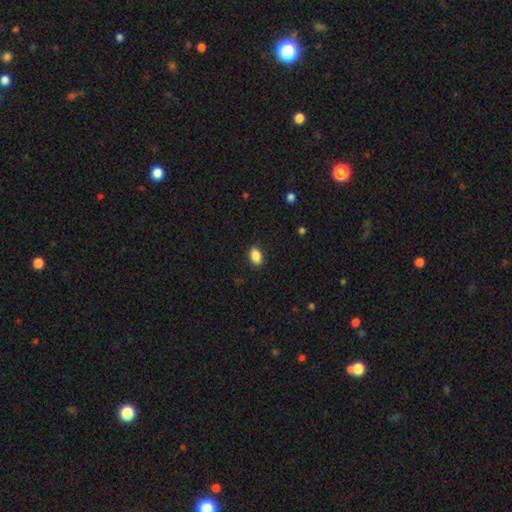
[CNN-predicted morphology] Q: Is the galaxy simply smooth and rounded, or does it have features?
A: smooth — 88%.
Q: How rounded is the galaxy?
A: in between — 86%.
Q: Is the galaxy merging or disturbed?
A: none — 89%.